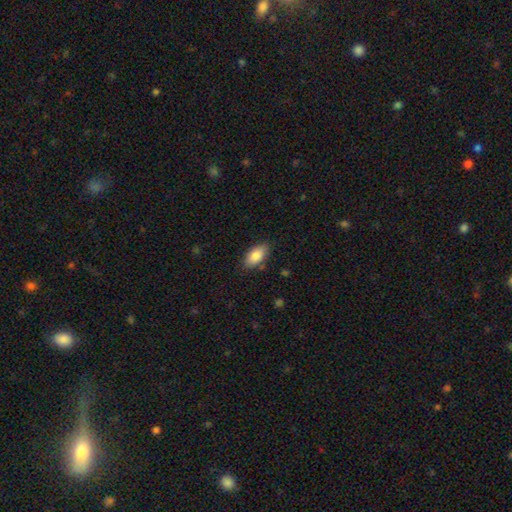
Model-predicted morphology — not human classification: Smooth or featured? Predicted: smooth (p=0.83). How rounded? Predicted: in between (p=0.91). Merging? Predicted: none (p=0.84).